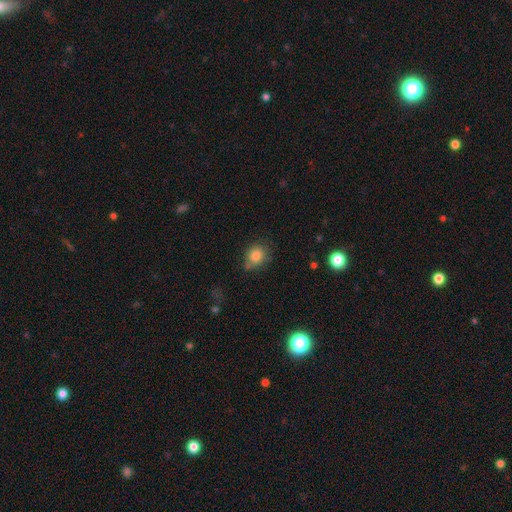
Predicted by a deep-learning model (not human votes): smooth-or-featured: smooth: 83% | star or artifact: 10% | featured or disk: 7%
  how-rounded: round: 65% | in between: 34% | cigar-shaped: 1%
  merging: none: 63% | minor disturbance: 26% | major disturbance: 6% | merger: 5%